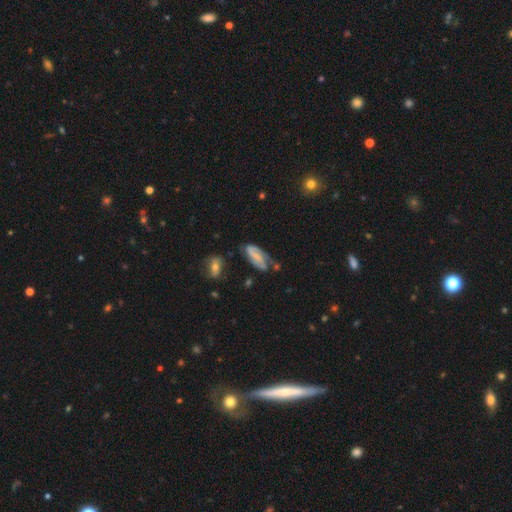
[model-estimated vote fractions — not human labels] This appears to be a featured or disk galaxy (57%) with a weak bar (38%), spiral arms (83%) and a small central bulge (44%). Merging: none (52%).